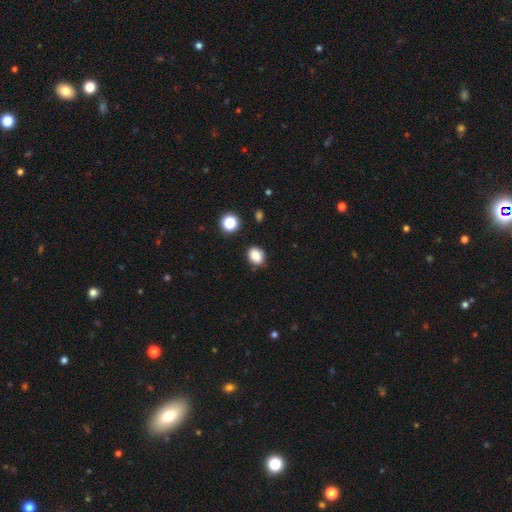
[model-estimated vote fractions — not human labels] A smooth galaxy with no disk features (85%) that is in between round and cigar-shaped (60%). Merging: none (80%).